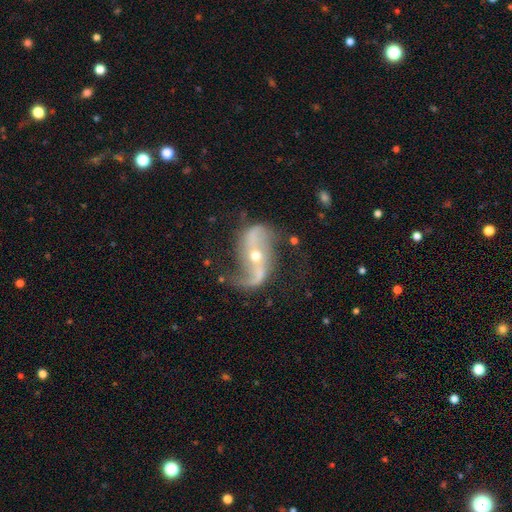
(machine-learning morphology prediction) A featured or disk galaxy (89%) with no bar (39%), 2 (91%) loose (79%) spiral arms (96%) and a moderate central bulge (49%). Merging: none (63%).